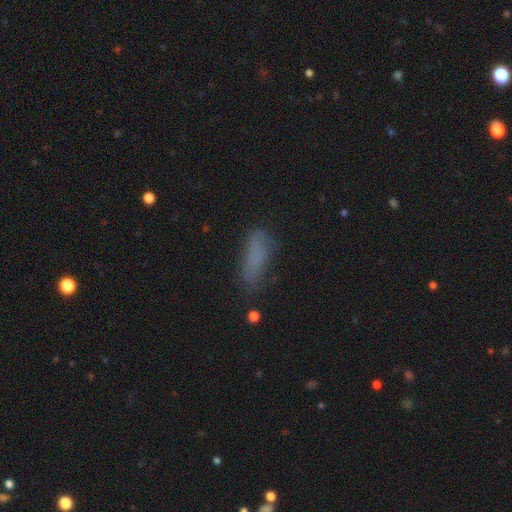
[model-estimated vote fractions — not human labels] Smooth or featured? Predicted: smooth (p=0.73). How rounded? Predicted: in between (p=0.50). Merging? Predicted: none (p=0.62).